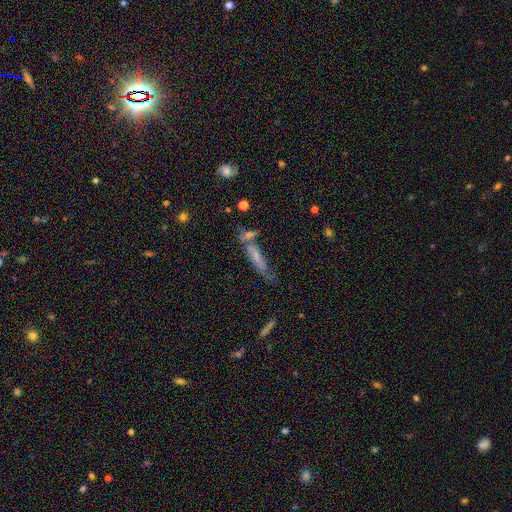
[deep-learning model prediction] This appears to be a smooth galaxy with no disk features (49%). Merging: none (52%).